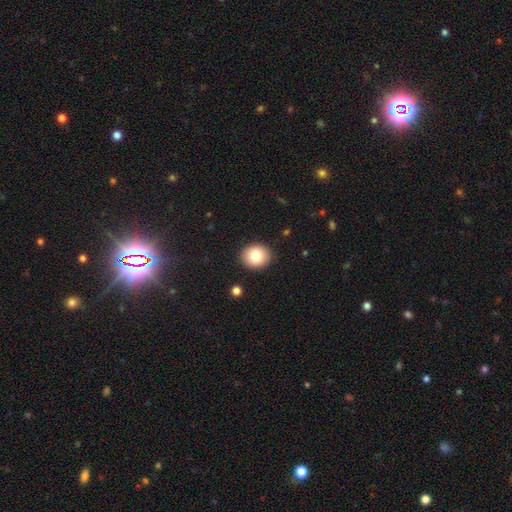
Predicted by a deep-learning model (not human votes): Morphology: type=smooth (81%); roundness=round (68%); merging=none (90%).